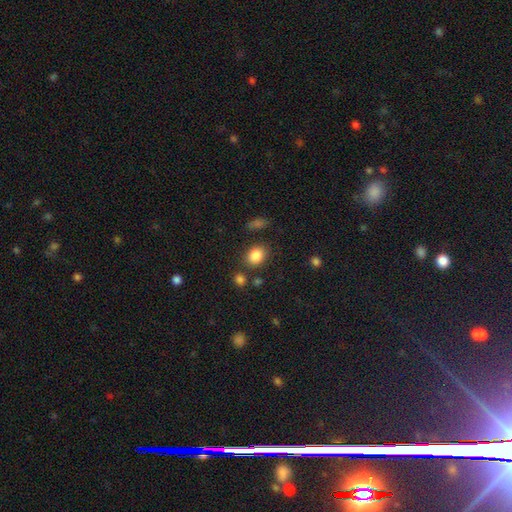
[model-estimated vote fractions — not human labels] Q: Smooth or featured?
A: smooth (85%); runner-up: star or artifact (9%)
Q: How rounded?
A: in between (53%); runner-up: round (46%)
Q: Merging?
A: none (77%); runner-up: minor disturbance (12%)